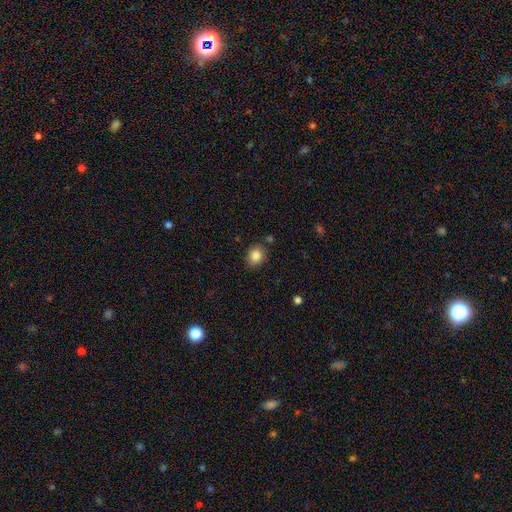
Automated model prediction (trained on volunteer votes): The model was most divided on "how rounded": round: 61%, in between: 38%, cigar-shaped: 1%. More confident: smooth or featured — smooth (85%); merging — none (84%).